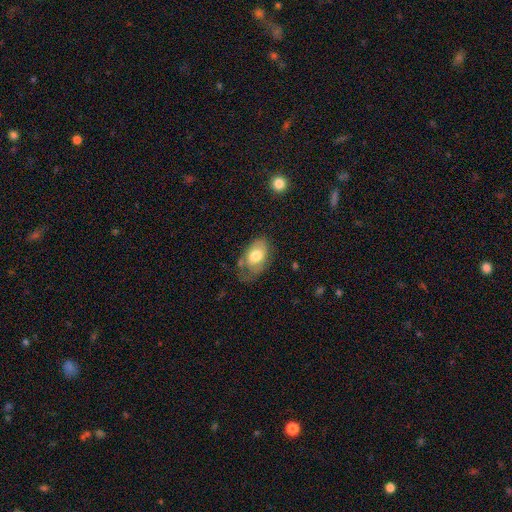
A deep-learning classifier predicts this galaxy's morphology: This is likely a smooth galaxy (68%). How rounded: clearly in between (90%). Merging: marginally none (41%).